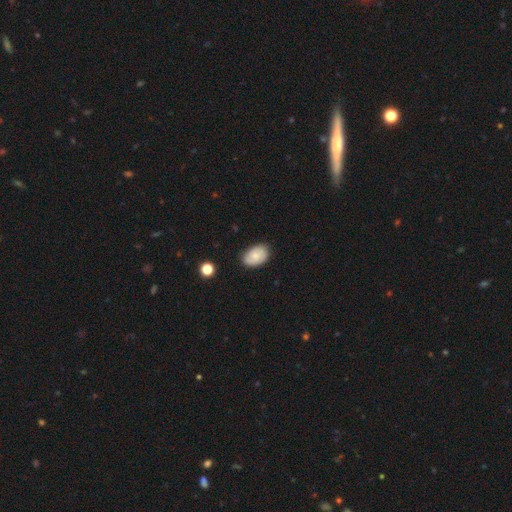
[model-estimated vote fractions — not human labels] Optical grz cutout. It shows a smooth galaxy with no disk features (75%) that is in between round and cigar-shaped (87%). Merging: none (80%).